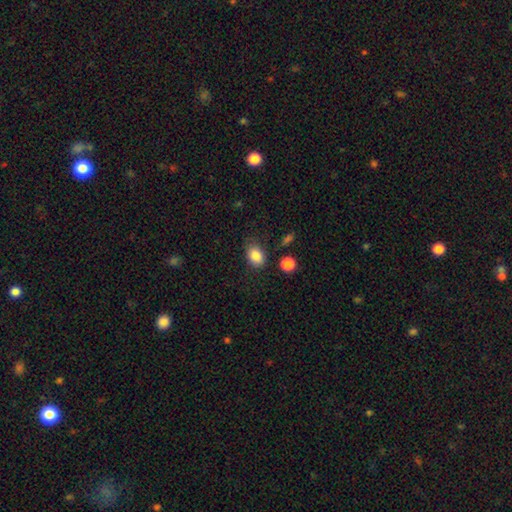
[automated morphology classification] Smooth or featured: smooth — 85% (star or artifact — 9%)
How rounded: in between — 76% (round — 23%)
Merging: none — 73% (minor disturbance — 19%)